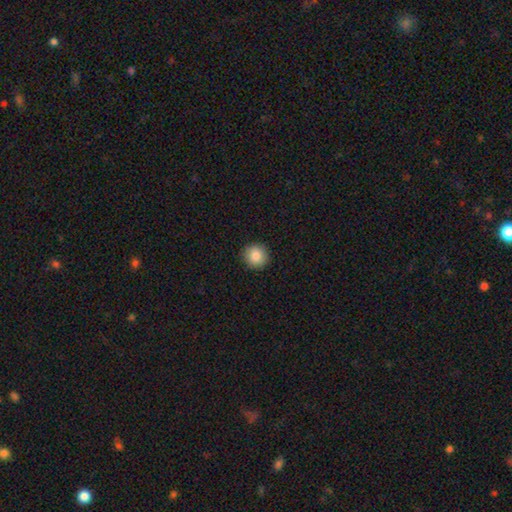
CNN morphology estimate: smooth-or-featured: smooth: 86% | star or artifact: 9% | featured or disk: 5%
  how-rounded: round: 95% | in between: 4% | cigar-shaped: 1%
  merging: none: 92% | minor disturbance: 6% | major disturbance: 2% | merger: 1%